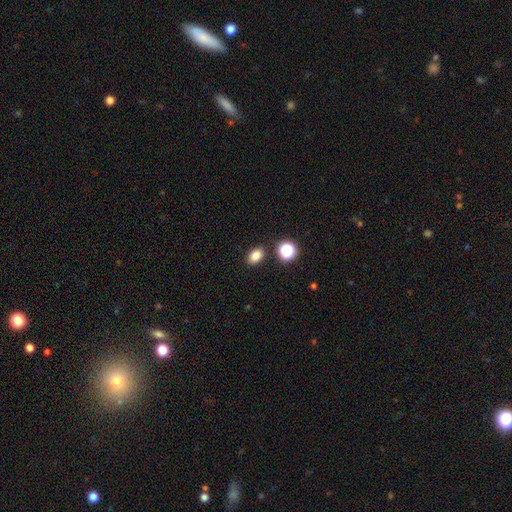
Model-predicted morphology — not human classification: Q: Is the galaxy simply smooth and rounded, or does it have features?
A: smooth — 83%.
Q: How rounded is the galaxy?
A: in between — 75%.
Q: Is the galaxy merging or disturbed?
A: none — 85%.